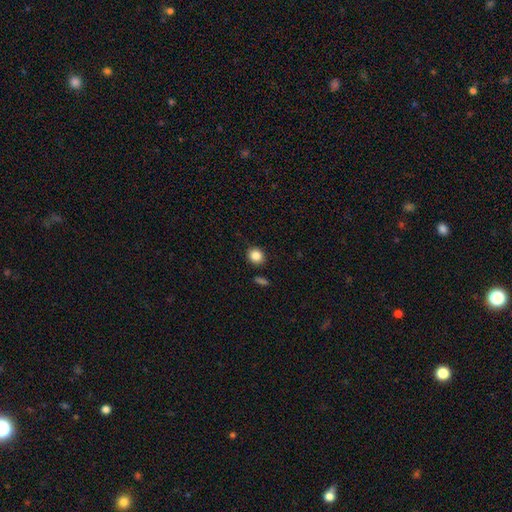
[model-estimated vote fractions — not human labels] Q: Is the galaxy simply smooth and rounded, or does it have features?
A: smooth — 86%.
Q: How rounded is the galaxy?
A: round — 77%.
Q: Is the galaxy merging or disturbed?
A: none — 88%.